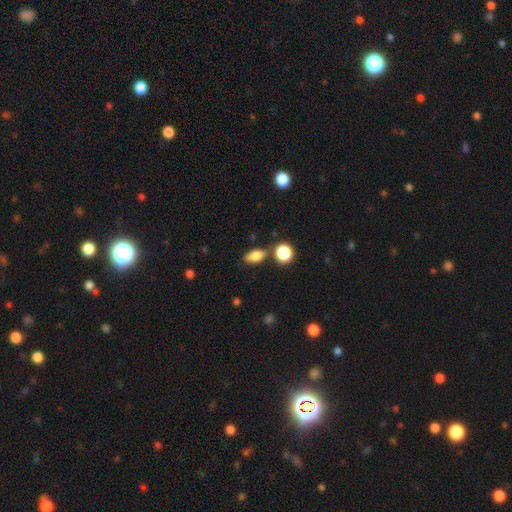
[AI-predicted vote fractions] Smooth or featured: smooth — 82% (star or artifact — 10%)
How rounded: in between — 82% (round — 12%)
Merging: none — 72% (minor disturbance — 15%)